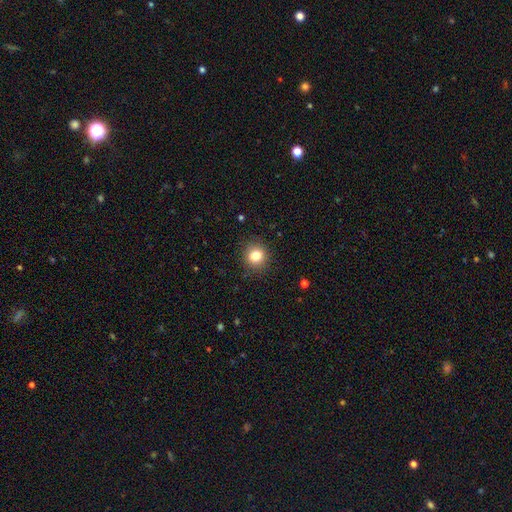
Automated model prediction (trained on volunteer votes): smooth_or_featured: smooth (p=0.82) [alt: star or artifact p=0.11]
how_rounded: round (p=0.89) [alt: in between p=0.10]
merging: none (p=0.90) [alt: minor disturbance p=0.07]